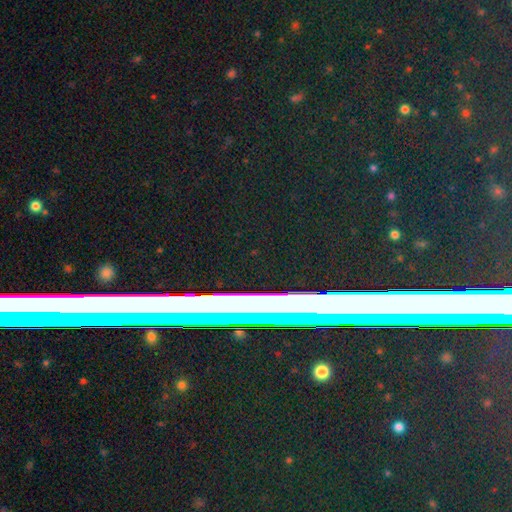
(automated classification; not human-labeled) This appears to be a star or artifact, not a galaxy (71%).